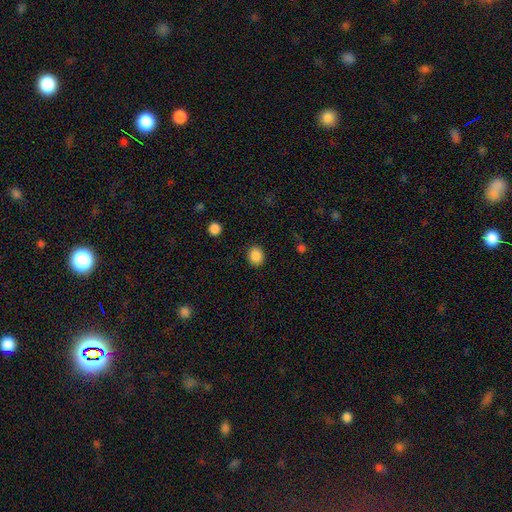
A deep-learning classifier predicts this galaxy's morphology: smooth 87%, star or artifact 9%, featured or disk 3%. Down the decision tree: how rounded — round (67%); merging — none (89%).